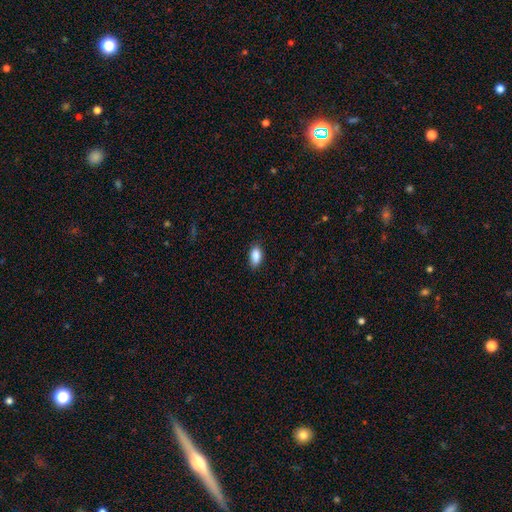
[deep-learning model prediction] Smooth or featured?
  - smooth: 88% *
  - star or artifact: 7%
  - featured or disk: 5%
How rounded?
  - in between: 91% *
  - cigar-shaped: 5%
  - round: 4%
Merging?
  - none: 84% *
  - minor disturbance: 12%
  - major disturbance: 2%
  - merger: 1%